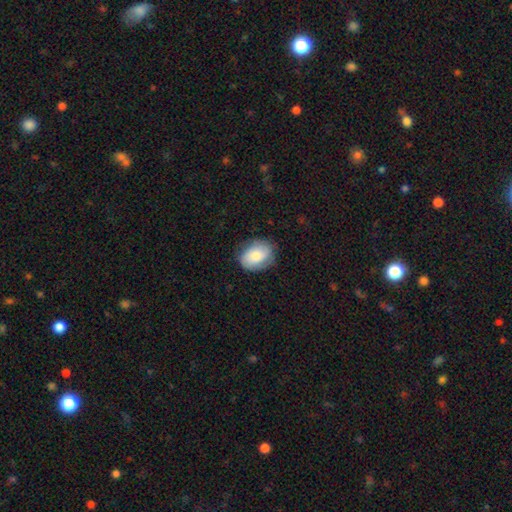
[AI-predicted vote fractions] smooth 72%, featured or disk 21%, star or artifact 7%. Down the decision tree: how rounded — in between (69%); merging — none (76%).